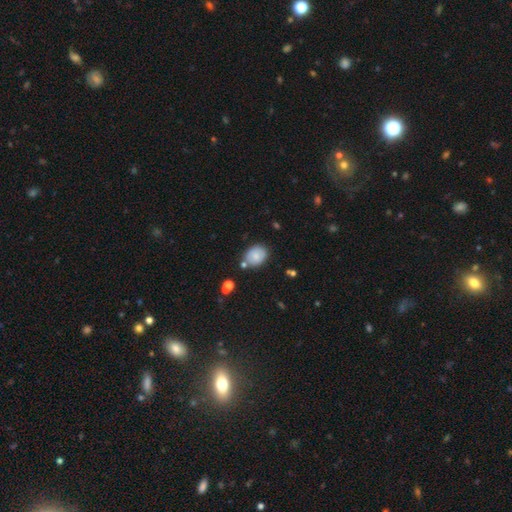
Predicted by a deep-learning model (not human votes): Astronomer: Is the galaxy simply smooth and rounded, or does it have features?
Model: smooth — 75%.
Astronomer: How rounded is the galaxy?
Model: in between — 50% (runner-up: round, 49%).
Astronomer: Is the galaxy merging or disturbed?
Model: none — 74%.